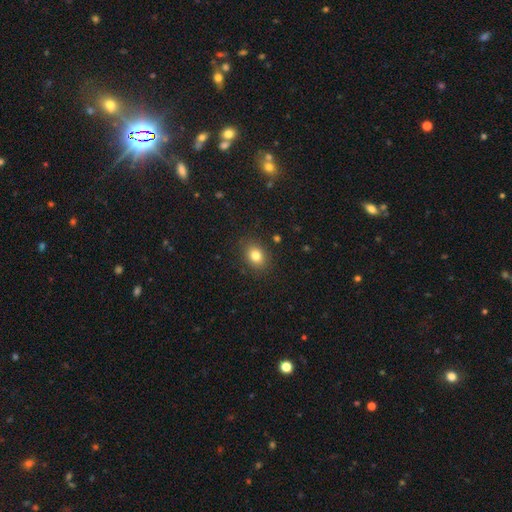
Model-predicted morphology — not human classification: smooth 81%, star or artifact 11%, featured or disk 8%. Down the decision tree: how rounded — in between (60%); merging — none (87%).